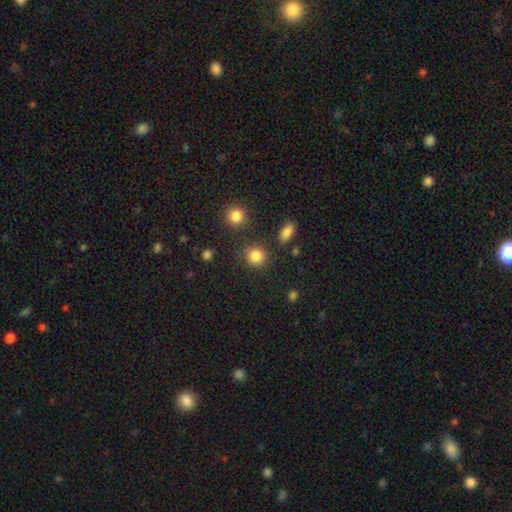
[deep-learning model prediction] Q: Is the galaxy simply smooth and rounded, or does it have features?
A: smooth — 85%.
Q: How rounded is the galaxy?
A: round — 84%.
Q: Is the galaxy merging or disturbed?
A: none — 82%.